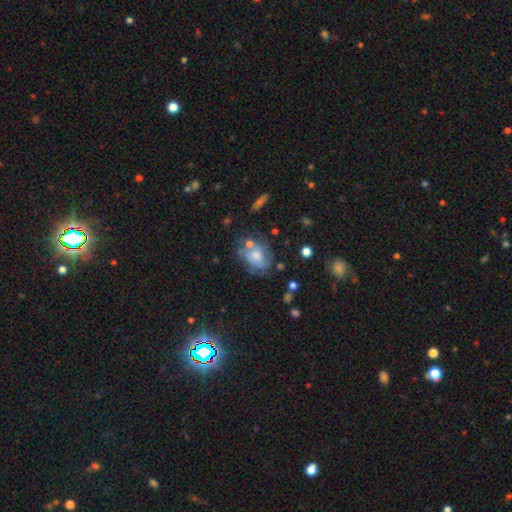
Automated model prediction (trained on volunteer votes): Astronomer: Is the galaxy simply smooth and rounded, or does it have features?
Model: featured or disk — 52% (runner-up: smooth, 38%).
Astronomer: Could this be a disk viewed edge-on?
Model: no — 96%.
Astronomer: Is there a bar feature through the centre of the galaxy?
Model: no — 77%.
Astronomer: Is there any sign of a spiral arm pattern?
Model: yes — 68%.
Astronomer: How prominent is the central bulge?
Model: moderate — 44% (runner-up: small, 29%).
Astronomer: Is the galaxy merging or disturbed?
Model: none — 48% (runner-up: minor disturbance, 24%).